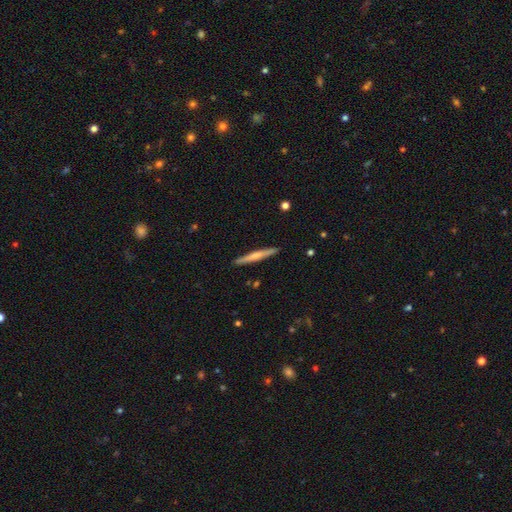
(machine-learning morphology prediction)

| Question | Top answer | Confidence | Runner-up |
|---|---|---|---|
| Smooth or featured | smooth | 48% | featured or disk (47%) |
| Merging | none | 91% | minor disturbance (6%) |